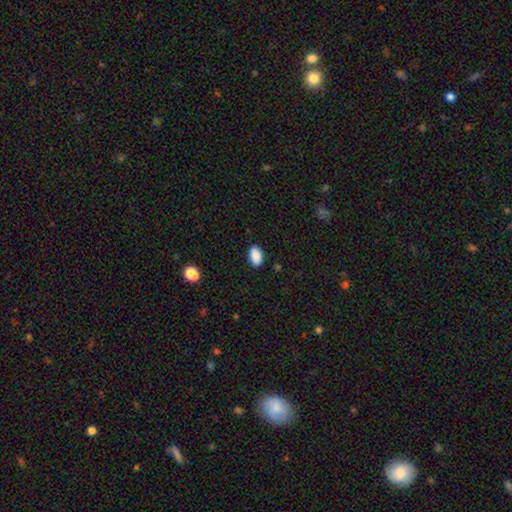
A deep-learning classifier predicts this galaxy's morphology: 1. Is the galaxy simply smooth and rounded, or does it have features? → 89% smooth, 8% star or artifact, 3% featured or disk.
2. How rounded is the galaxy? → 93% in between, 6% round, 2% cigar-shaped.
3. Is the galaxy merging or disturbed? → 87% none, 10% minor disturbance, 2% major disturbance, 1% merger.